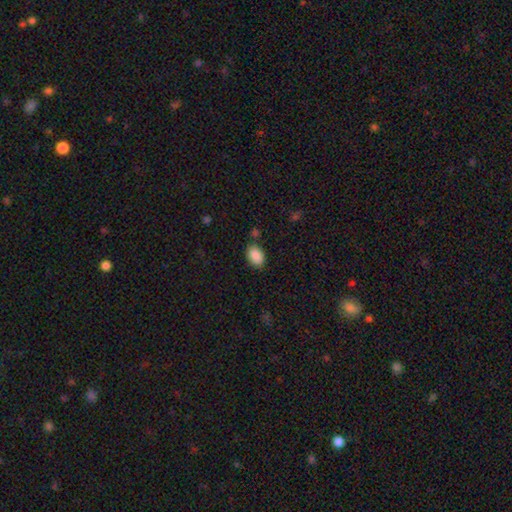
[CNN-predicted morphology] smooth 89%, star or artifact 7%, featured or disk 4%. Down the decision tree: how rounded — in between (87%); merging — none (78%).